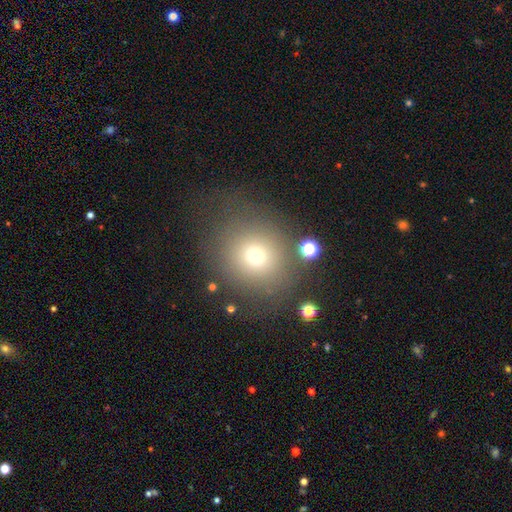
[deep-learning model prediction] Smooth or featured? Predicted: smooth (p=0.69). How rounded? Predicted: round (p=0.86). Merging? Predicted: none (p=0.72).